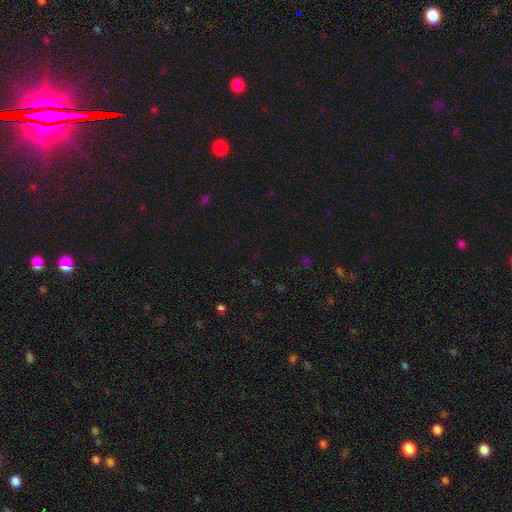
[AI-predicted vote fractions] Smooth or featured: star or artifact — 64% (smooth — 29%)